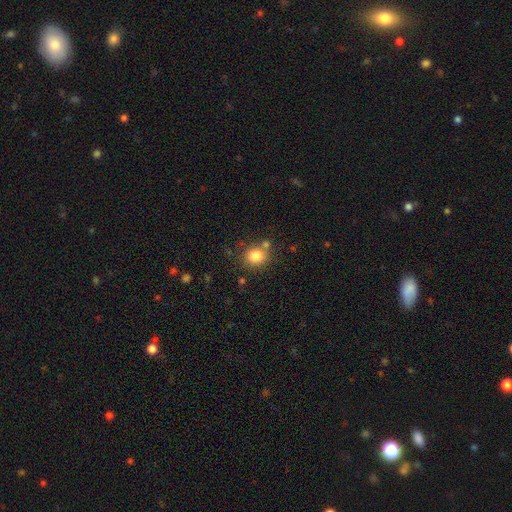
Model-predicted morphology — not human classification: A smooth galaxy with no disk features (83%) that is round (70%). Merging: none (71%).